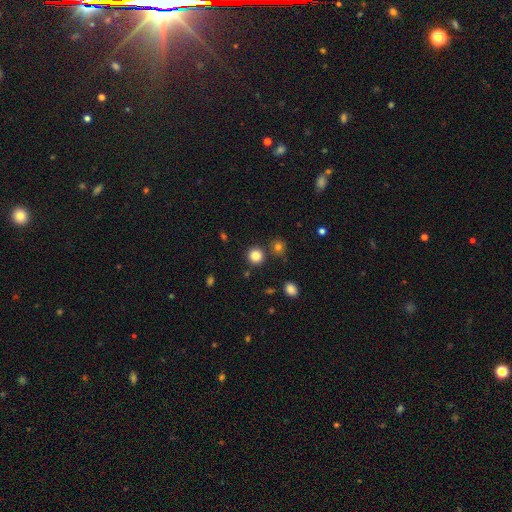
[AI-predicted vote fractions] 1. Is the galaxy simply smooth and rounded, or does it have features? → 83% smooth, 12% star or artifact, 5% featured or disk.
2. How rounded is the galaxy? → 93% round, 6% in between, 1% cigar-shaped.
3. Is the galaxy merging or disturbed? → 86% none, 6% minor disturbance, 5% merger, 2% major disturbance.